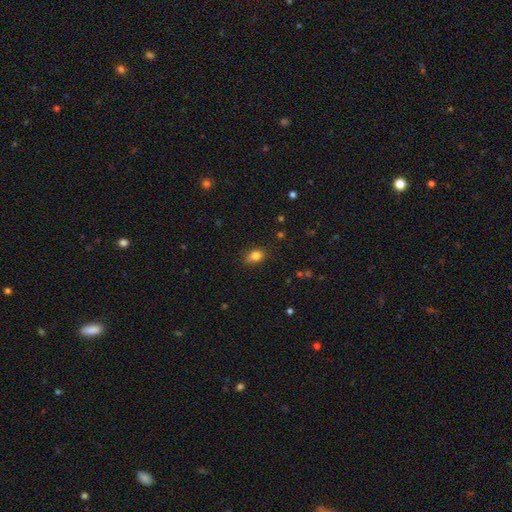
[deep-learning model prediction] smooth 83%, star or artifact 11%, featured or disk 6%. Down the decision tree: how rounded — in between (68%); merging — none (77%).